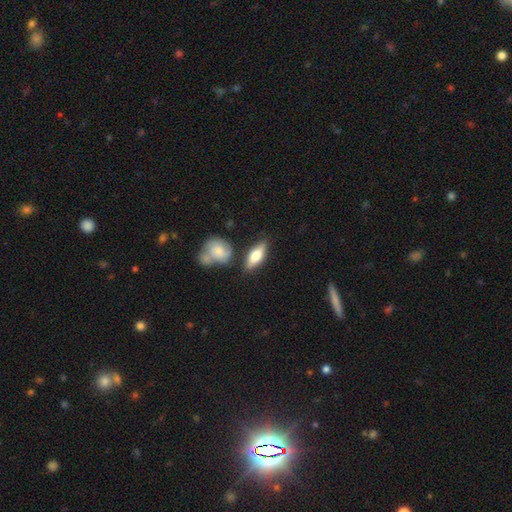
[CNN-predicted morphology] smooth-or-featured: smooth: 66% | featured or disk: 27% | star or artifact: 6%
  how-rounded: in between: 70% | cigar-shaped: 26% | round: 3%
  merging: none: 73% | minor disturbance: 14% | merger: 9% | major disturbance: 4%